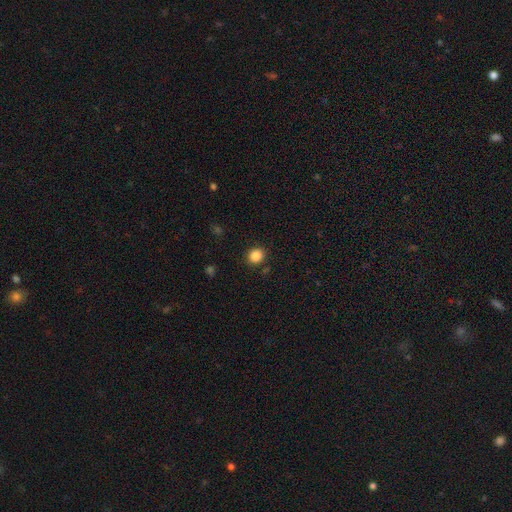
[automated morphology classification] smooth 86%, star or artifact 10%, featured or disk 4%. Down the decision tree: how rounded — round (80%); merging — none (88%).